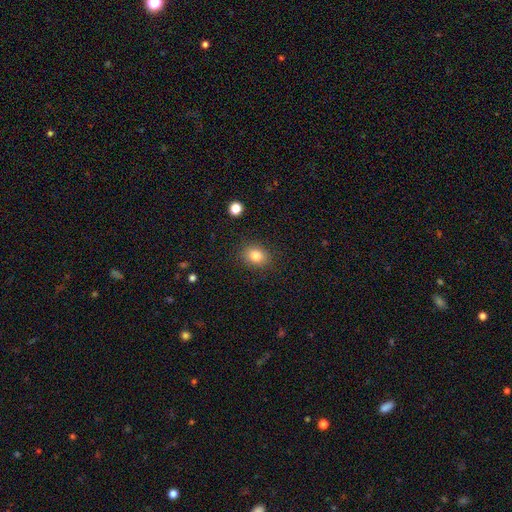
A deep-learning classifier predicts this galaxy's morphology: Smooth or featured: smooth — 83% (star or artifact — 11%)
How rounded: round — 50% (in between — 49%)
Merging: none — 87% (minor disturbance — 9%)